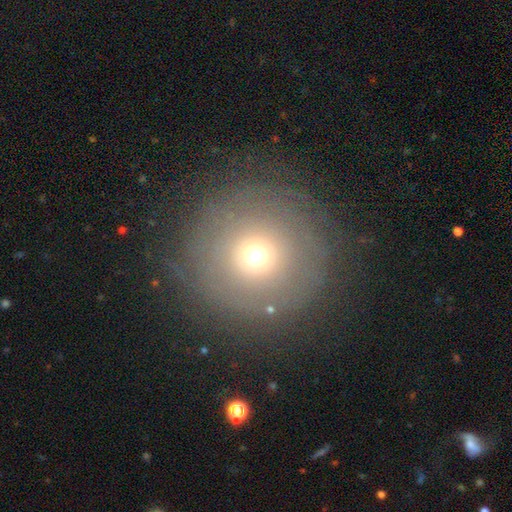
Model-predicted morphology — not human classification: The model was most divided on "smooth or featured": smooth: 58%, featured or disk: 25%, star or artifact: 17%. More confident: how rounded — round (95%); merging — none (80%).